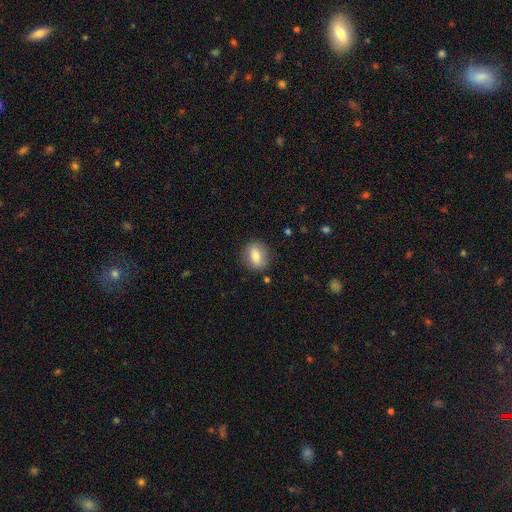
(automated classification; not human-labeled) Smooth or featured? smooth (76%)
How rounded? in between (58%)
Merging? none (85%)